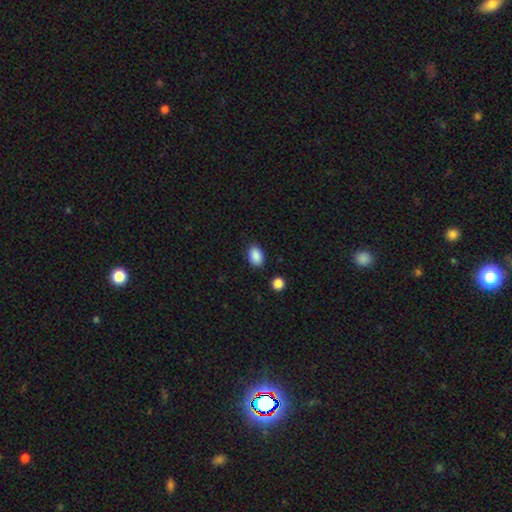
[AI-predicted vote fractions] A smooth galaxy with no disk features (89%) that is in between round and cigar-shaped (85%). Merging: none (86%).